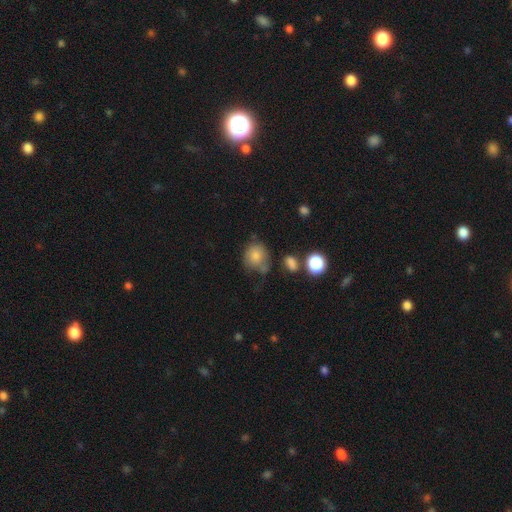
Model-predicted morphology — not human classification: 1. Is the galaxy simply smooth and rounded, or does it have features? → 79% smooth, 11% featured or disk, 10% star or artifact.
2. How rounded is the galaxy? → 70% round, 29% in between, 1% cigar-shaped.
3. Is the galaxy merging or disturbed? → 52% none, 26% minor disturbance, 11% major disturbance, 11% merger.